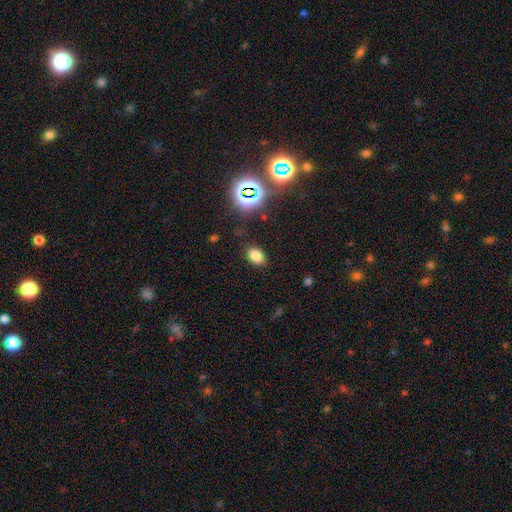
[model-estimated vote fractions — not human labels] Smooth or featured: smooth — 76% (star or artifact — 17%)
How rounded: in between — 84% (round — 14%)
Merging: none — 85% (minor disturbance — 10%)